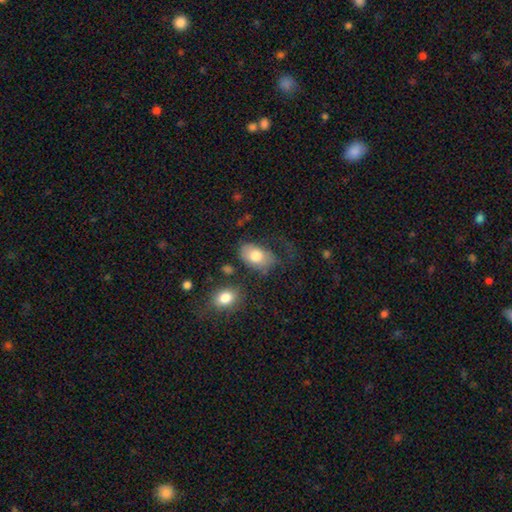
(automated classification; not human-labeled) smooth_or_featured: smooth (p=0.76) [alt: featured or disk p=0.17]
how_rounded: in between (p=0.87) [alt: round p=0.12]
merging: none (p=0.50) [alt: minor disturbance p=0.26]